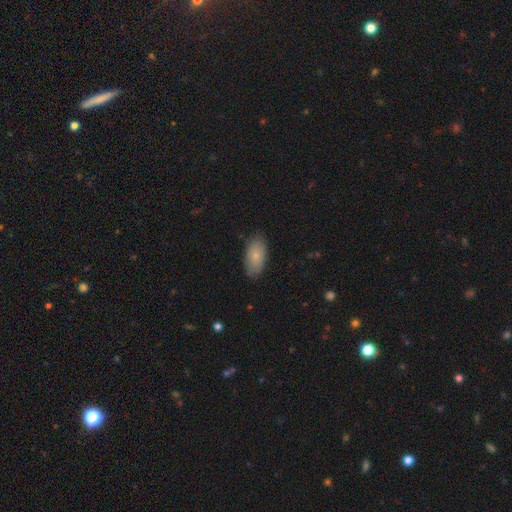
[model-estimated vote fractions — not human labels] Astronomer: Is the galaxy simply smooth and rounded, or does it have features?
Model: smooth — 77%.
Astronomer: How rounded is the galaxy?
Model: in between — 92%.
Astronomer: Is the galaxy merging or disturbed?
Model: none — 82%.